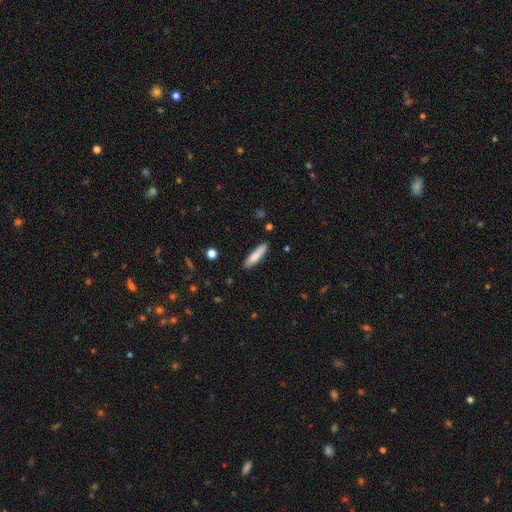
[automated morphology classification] Smooth or featured?
  - smooth: 80% *
  - featured or disk: 14%
  - star or artifact: 6%
How rounded?
  - cigar-shaped: 75% *
  - in between: 23%
  - round: 1%
Merging?
  - none: 87% *
  - minor disturbance: 10%
  - major disturbance: 2%
  - merger: 2%